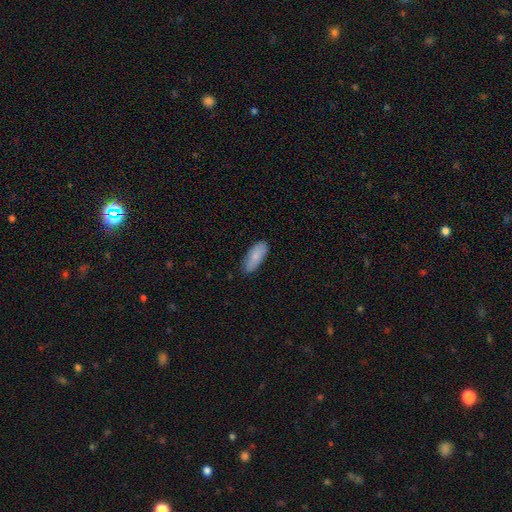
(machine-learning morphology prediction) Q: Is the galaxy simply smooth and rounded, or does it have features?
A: smooth — 85%.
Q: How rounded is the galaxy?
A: in between — 80%.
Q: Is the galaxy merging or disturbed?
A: none — 83%.